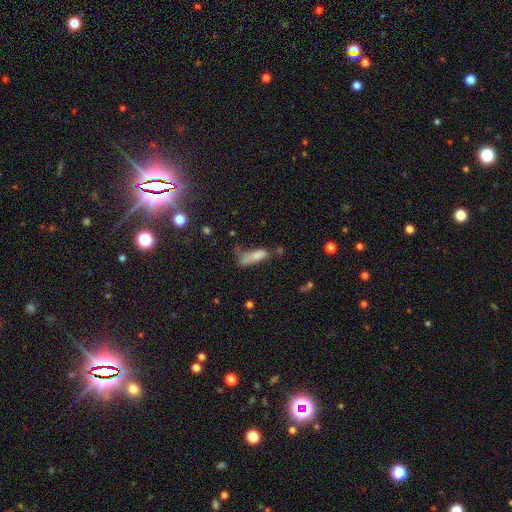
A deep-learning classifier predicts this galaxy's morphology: Overall: smooth (74%). How rounded: cigar-shaped (50%; in between 47%). Merging: none (33%; minor disturbance 28%).